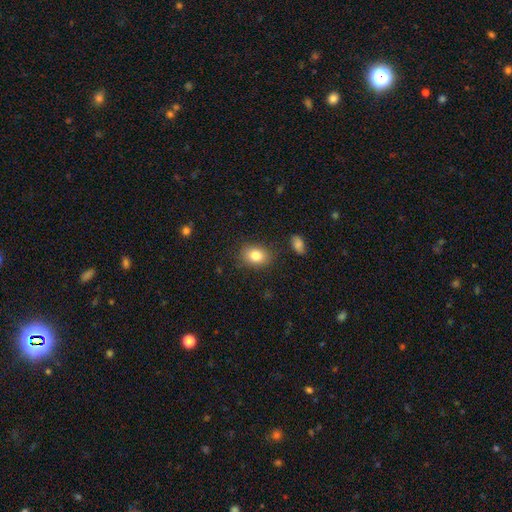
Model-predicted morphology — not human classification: This appears to be a smooth galaxy with no disk features (82%) that is in between round and cigar-shaped (67%). Merging: none (84%).